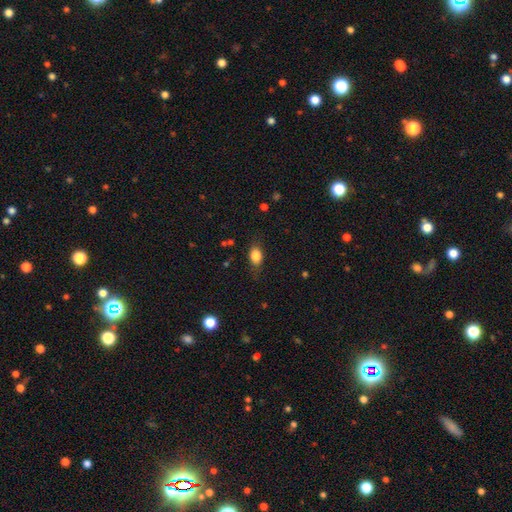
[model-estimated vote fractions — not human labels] smooth-or-featured: smooth: 82% | featured or disk: 9% | star or artifact: 9%
  how-rounded: in between: 79% | round: 17% | cigar-shaped: 4%
  merging: none: 73% | minor disturbance: 20% | major disturbance: 6% | merger: 1%